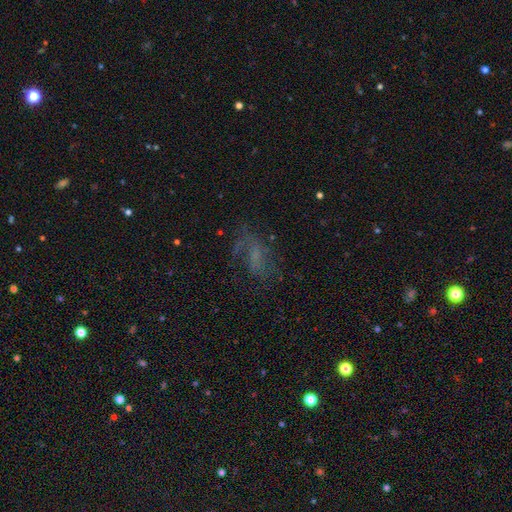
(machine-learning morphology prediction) This appears to be a featured or disk galaxy (50%). Merging: none (51%).